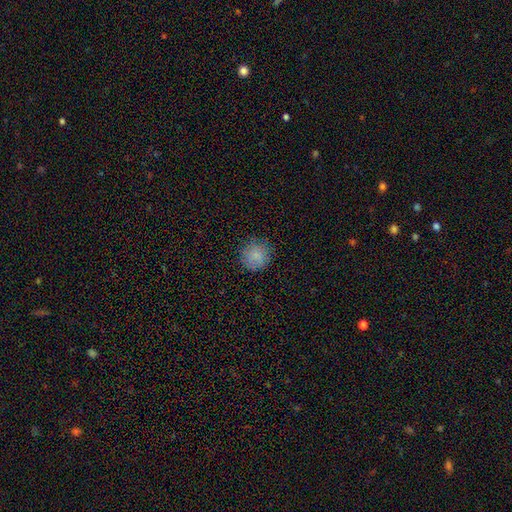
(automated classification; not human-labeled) Q: Smooth or featured?
A: smooth (84%); runner-up: star or artifact (11%)
Q: How rounded?
A: round (93%); runner-up: in between (6%)
Q: Merging?
A: none (86%); runner-up: minor disturbance (10%)